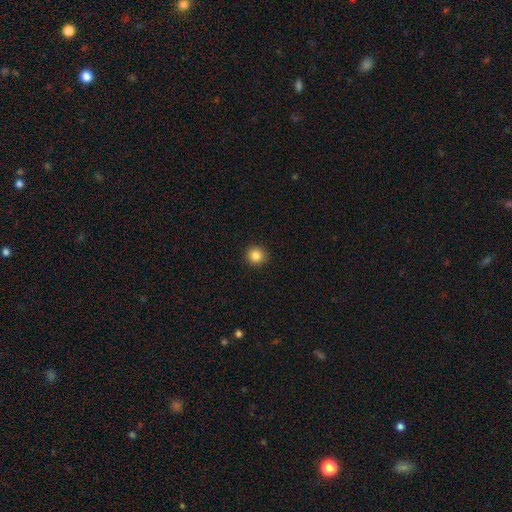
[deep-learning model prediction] A smooth galaxy with no disk features (85%) that is round (94%).

Vote fractions:
- Smooth or featured? smooth: 85% / star or artifact: 11% / featured or disk: 4%
- How rounded? round: 94% / in between: 5% / cigar-shaped: 1%
- Merging? none: 92% / minor disturbance: 5% / major disturbance: 2% / merger: 1%